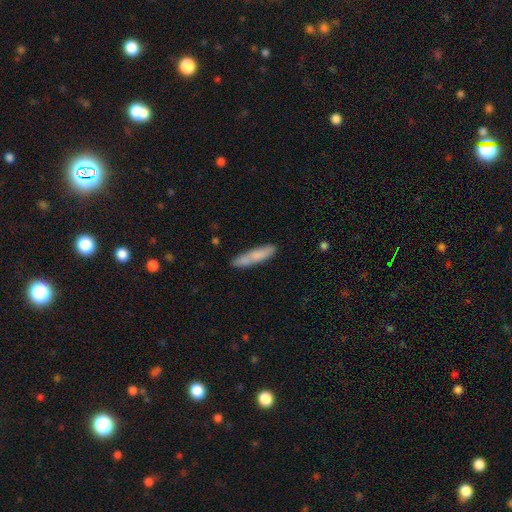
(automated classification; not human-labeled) smooth_or_featured: smooth (p=0.76) [alt: featured or disk p=0.18]
how_rounded: cigar-shaped (p=0.83) [alt: in between p=0.15]
merging: none (p=0.72) [alt: minor disturbance p=0.18]